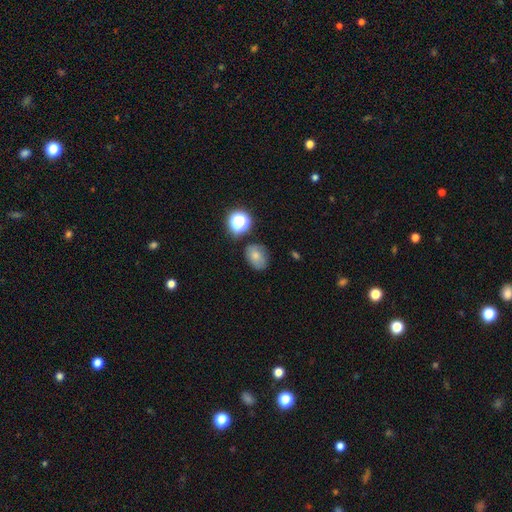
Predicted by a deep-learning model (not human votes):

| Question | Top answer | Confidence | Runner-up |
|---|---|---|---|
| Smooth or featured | smooth | 70% | featured or disk (15%) |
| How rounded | in between | 57% | round (42%) |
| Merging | none | 66% | minor disturbance (23%) |